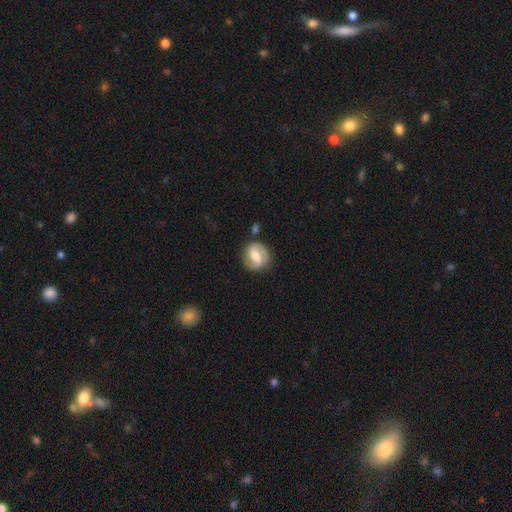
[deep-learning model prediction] Smooth or featured: featured or disk — 60% (smooth — 33%)
Edge-on disk: no — 97% (yes — 3%)
Bar: weak — 46% (strong — 33%)
Spiral arms: yes — 83% (no — 17%)
Bulge size: moderate — 62% (small — 20%)
Merging: none — 78% (minor disturbance — 14%)